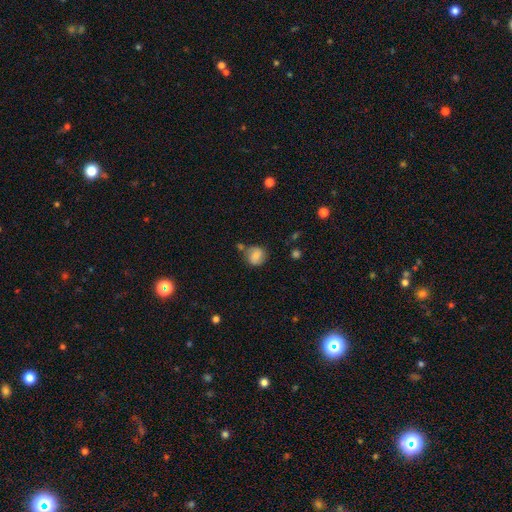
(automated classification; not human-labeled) smooth-or-featured: smooth: 68% | featured or disk: 23% | star or artifact: 10%
  how-rounded: round: 82% | in between: 17% | cigar-shaped: 1%
  merging: none: 65% | minor disturbance: 19% | merger: 10% | major disturbance: 5%